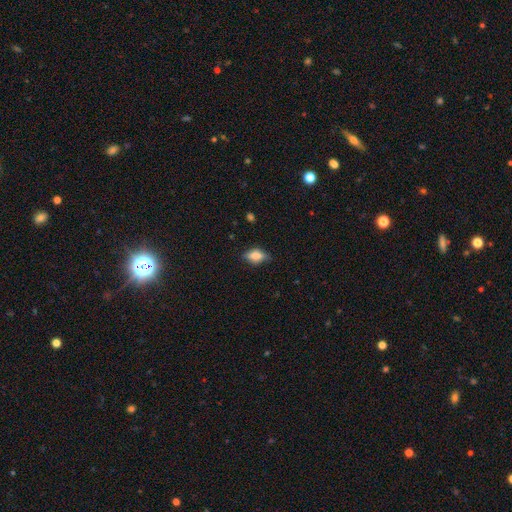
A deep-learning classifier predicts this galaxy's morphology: type=smooth (73%); roundness=in between (82%); merging=none (71%).